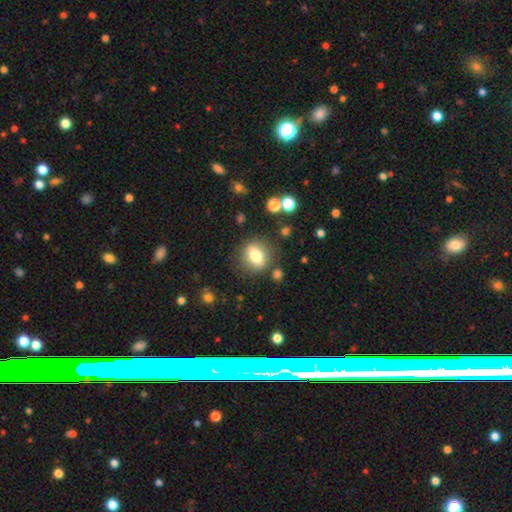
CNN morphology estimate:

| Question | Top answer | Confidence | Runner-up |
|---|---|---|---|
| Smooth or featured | smooth | 71% | featured or disk (19%) |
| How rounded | round | 56% | in between (42%) |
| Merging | none | 80% | minor disturbance (12%) |